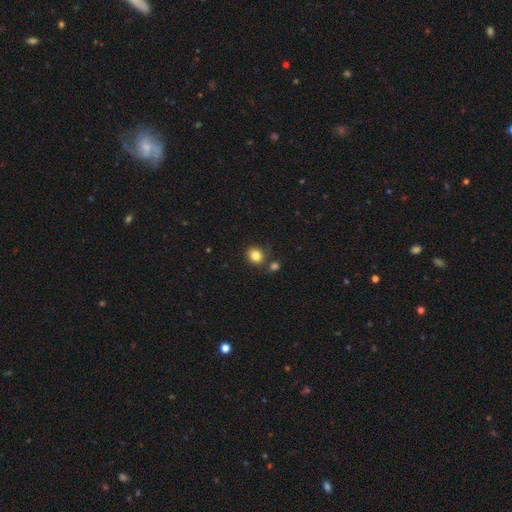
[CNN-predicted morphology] Smooth or featured? smooth (83%)
How rounded? round (76%)
Merging? none (74%)